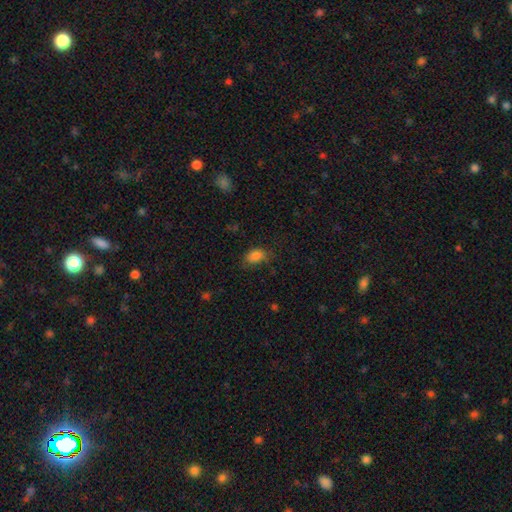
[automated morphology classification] type=smooth (83%); roundness=in between (82%); merging=none (63%).